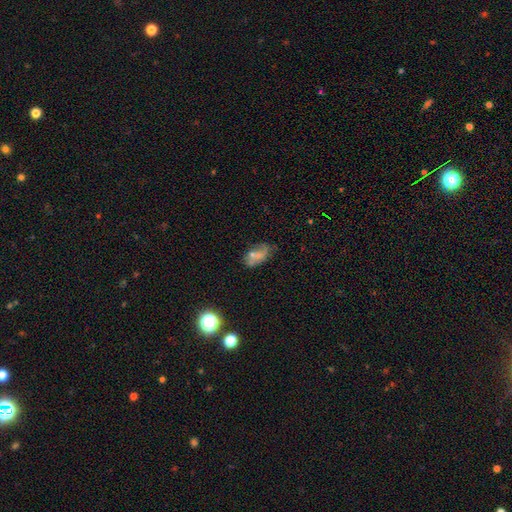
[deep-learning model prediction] Smooth or featured? Predicted: smooth (p=0.53). How rounded? Predicted: in between (p=0.88). Merging? Predicted: none (p=0.42).